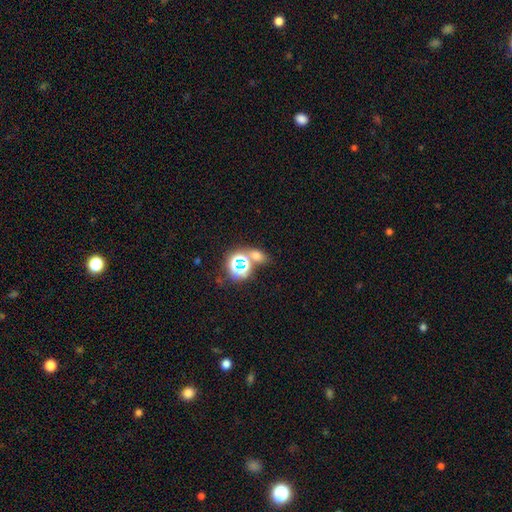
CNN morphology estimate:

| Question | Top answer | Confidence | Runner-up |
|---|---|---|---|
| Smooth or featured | smooth | 52% | star or artifact (38%) |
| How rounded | in between | 61% | round (36%) |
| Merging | none | 62% | merger (24%) |